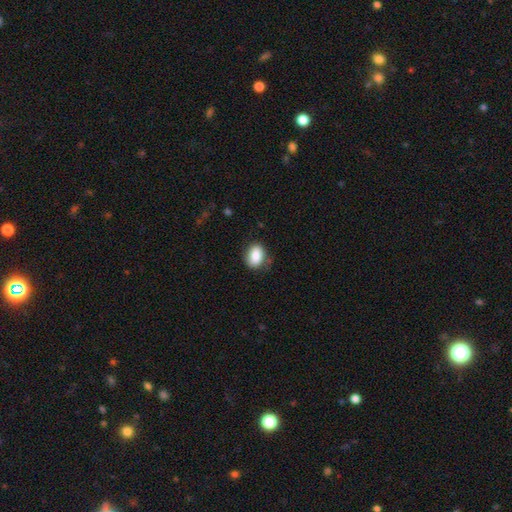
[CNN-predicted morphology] Overall: smooth (85%). How rounded: in between (71%). Merging: none (75%).